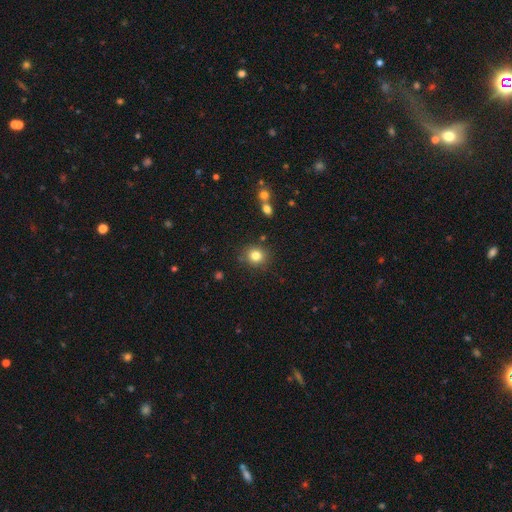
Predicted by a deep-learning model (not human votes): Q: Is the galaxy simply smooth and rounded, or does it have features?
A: smooth — 81%.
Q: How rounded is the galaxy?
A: round — 85%.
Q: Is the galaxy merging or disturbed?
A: none — 84%.